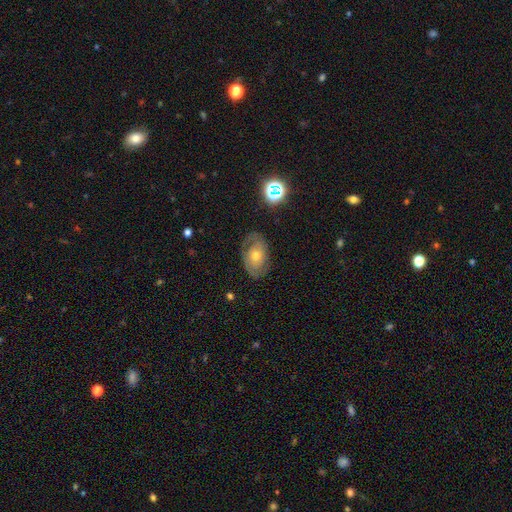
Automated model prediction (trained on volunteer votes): A featured or disk galaxy (66%) with no bar (75%), 2 (72%) tight (45%) spiral arms (82%) and a moderate central bulge (57%).

Vote fractions:
- Smooth or featured? featured or disk: 66% / smooth: 25% / star or artifact: 9%
- Edge-on disk? no: 95% / yes: 5%
- Bar? no: 75% / weak: 20% / strong: 4%
- Spiral arms? yes: 82% / no: 18%
- Spiral winding? tight: 45% / medium: 39% / loose: 16%
- Spiral arm count? 2: 72% / can't tell: 17% / 1: 5% / 3: 3% / 4: 1% / more than 4: 1%
- Bulge size? moderate: 57% / small: 37% / large: 4% / none: 1% / dominant: 1%
- Merging? none: 73% / minor disturbance: 17% / major disturbance: 8% / merger: 1%